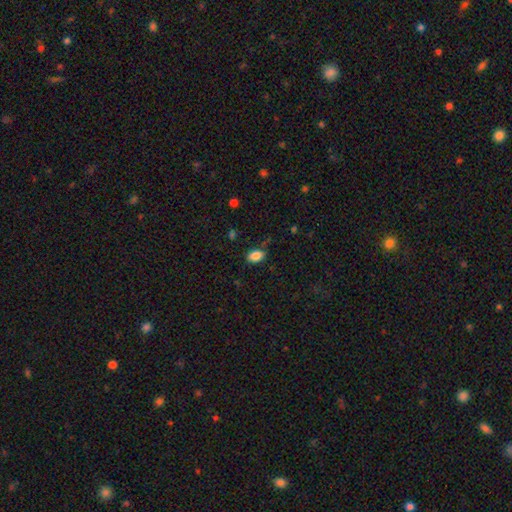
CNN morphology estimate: A smooth galaxy with no disk features (87%) that is in between round and cigar-shaped (88%).

Vote fractions:
- Smooth or featured? smooth: 87% / star or artifact: 9% / featured or disk: 4%
- How rounded? in between: 88% / round: 10% / cigar-shaped: 2%
- Merging? none: 79% / minor disturbance: 16% / major disturbance: 3% / merger: 2%